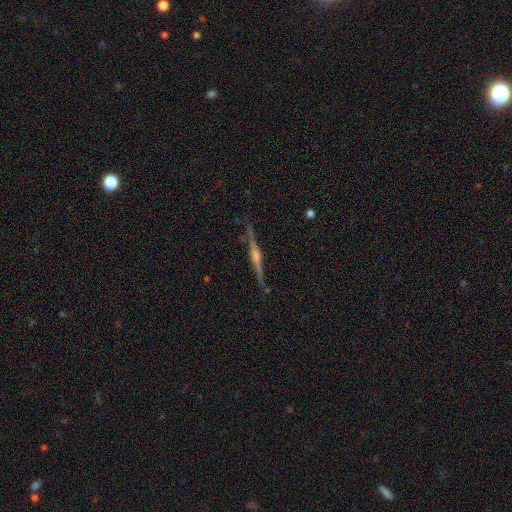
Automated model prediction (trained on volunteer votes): smooth-or-featured: featured or disk: 83% | smooth: 10% | star or artifact: 7%
  disk-edge-on: yes: 98% | no: 2%
    edge-on-bulge: rounded: 82% | none: 9% | boxy: 8%
  merging: none: 88% | minor disturbance: 9% | major disturbance: 2% | merger: 1%